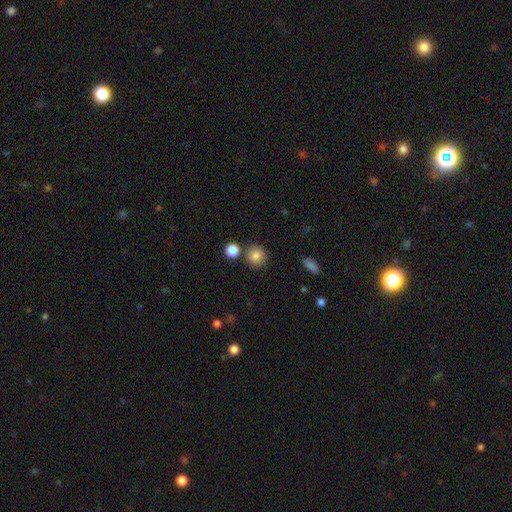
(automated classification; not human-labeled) Overall: smooth (84%). How rounded: round (89%). Merging: none (82%).